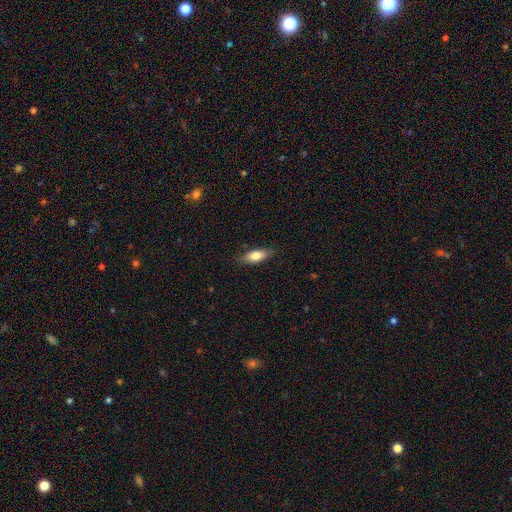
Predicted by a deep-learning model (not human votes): smooth 75%, featured or disk 19%, star or artifact 7%. Down the decision tree: how rounded — in between (73%); merging — none (82%).